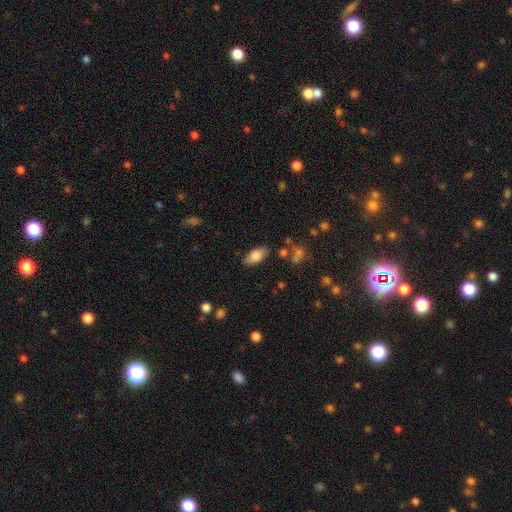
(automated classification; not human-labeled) The model was most divided on "smooth or featured": smooth: 79%, featured or disk: 14%, star or artifact: 7%. More confident: how rounded — in between (90%); merging — none (81%).